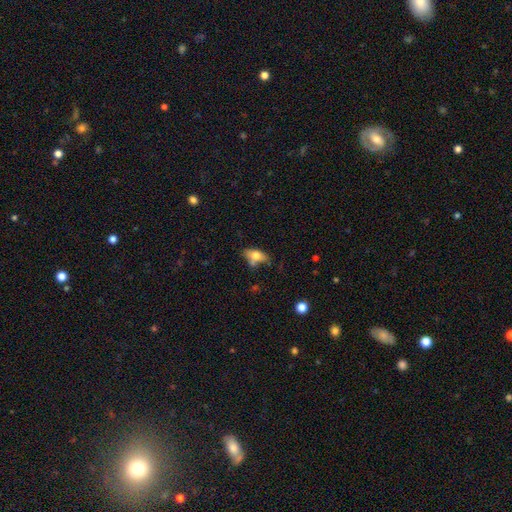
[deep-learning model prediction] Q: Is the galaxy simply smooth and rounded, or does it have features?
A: smooth — 67%.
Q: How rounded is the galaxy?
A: in between — 83%.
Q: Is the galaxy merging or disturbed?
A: none — 47%.